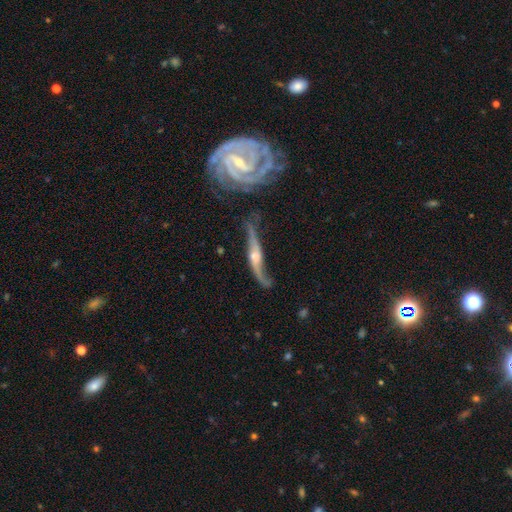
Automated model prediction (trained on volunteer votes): This is clearly a featured or disk galaxy (85%). It is possibly not viewed edge-on (55%). Merging: possibly none (53%).